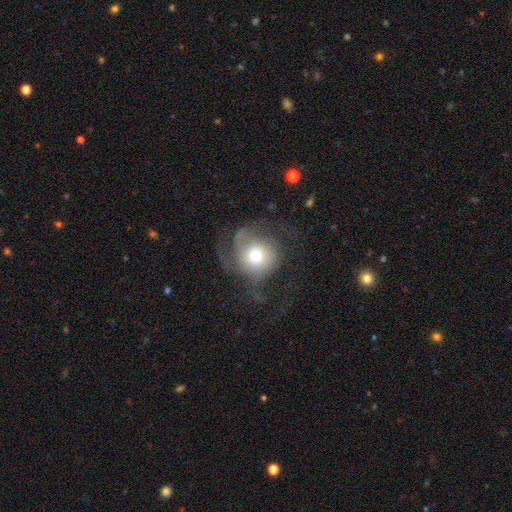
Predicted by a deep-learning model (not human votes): Smooth or featured: smooth — 47% (featured or disk — 43%)
Merging: none — 41% (major disturbance — 37%)